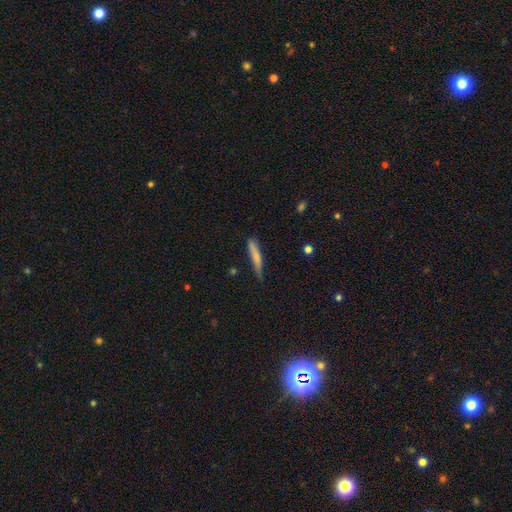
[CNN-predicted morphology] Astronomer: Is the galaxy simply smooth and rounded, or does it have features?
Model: smooth — 74%.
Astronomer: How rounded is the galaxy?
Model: cigar-shaped — 92%.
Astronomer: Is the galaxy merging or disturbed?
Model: none — 64%.